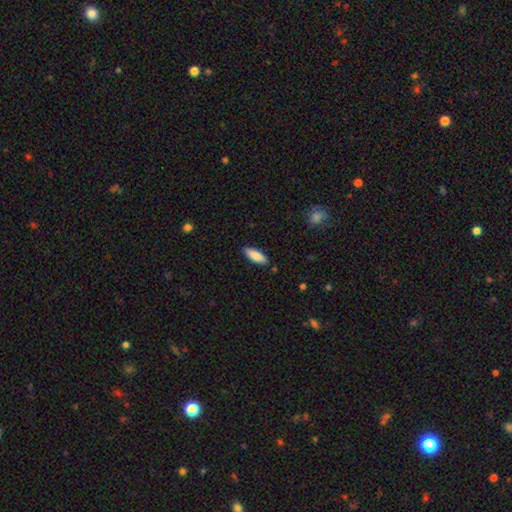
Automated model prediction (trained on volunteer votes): A smooth galaxy with no disk features (86%) that is in between round and cigar-shaped (66%).

Vote fractions:
- Smooth or featured? smooth: 86% / featured or disk: 8% / star or artifact: 6%
- How rounded? in between: 66% / cigar-shaped: 32% / round: 2%
- Merging? none: 87% / minor disturbance: 10% / major disturbance: 2% / merger: 1%